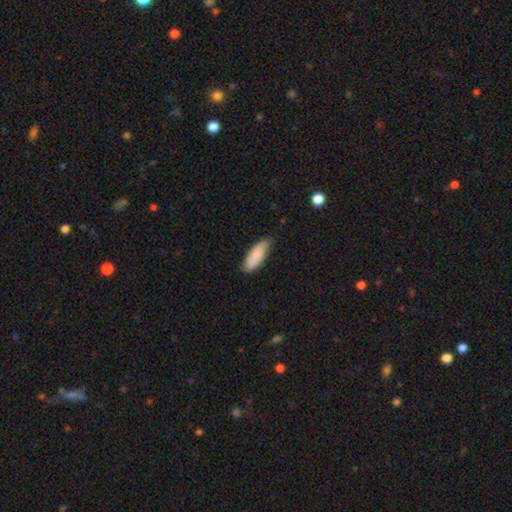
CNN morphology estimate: Overall: smooth (82%). How rounded: in between (69%; cigar-shaped 29%). Merging: none (70%).